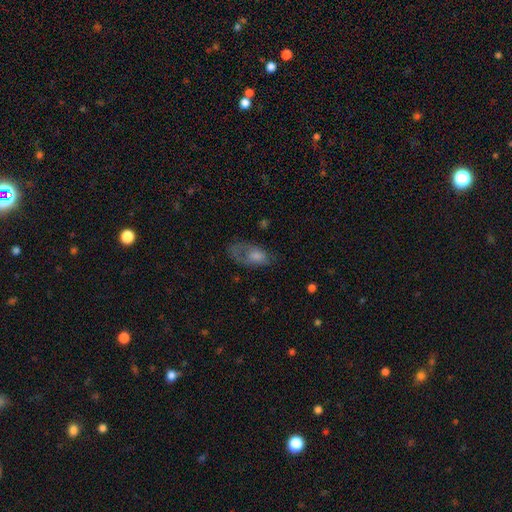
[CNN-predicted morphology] Smooth or featured?
  - smooth: 44% *
  - featured or disk: 43%
  - star or artifact: 13%
Merging?
  - none: 44% *
  - major disturbance: 30%
  - minor disturbance: 24%
  - merger: 3%